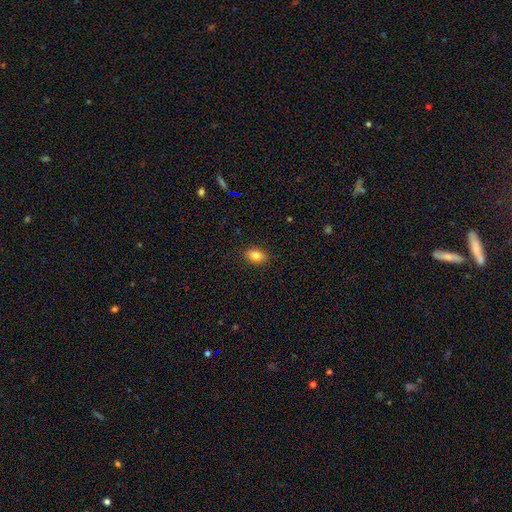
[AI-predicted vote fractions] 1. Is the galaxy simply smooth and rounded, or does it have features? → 85% smooth, 9% star or artifact, 7% featured or disk.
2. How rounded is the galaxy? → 86% in between, 12% round, 3% cigar-shaped.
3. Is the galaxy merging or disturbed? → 88% none, 9% minor disturbance, 2% major disturbance, 1% merger.